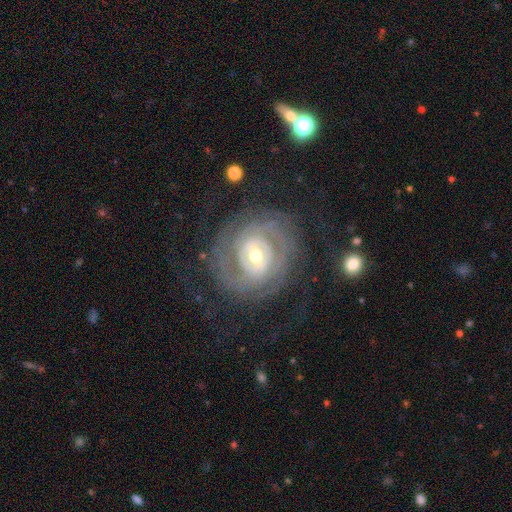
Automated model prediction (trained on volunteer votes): A featured or disk galaxy (88%) with a weak bar (44%), 2 (38%) tight (75%) spiral arms (94%) and a moderate central bulge (52%). Merging: none (73%).